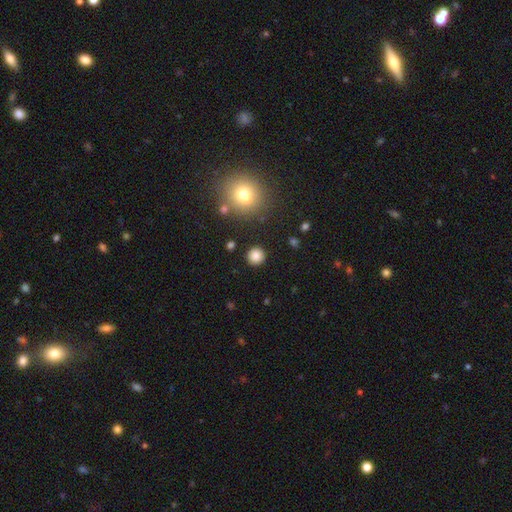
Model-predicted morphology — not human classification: Smooth or featured?
  - smooth: 84% *
  - star or artifact: 12%
  - featured or disk: 5%
How rounded?
  - round: 93% *
  - in between: 6%
  - cigar-shaped: 1%
Merging?
  - none: 89% *
  - minor disturbance: 6%
  - major disturbance: 3%
  - merger: 2%